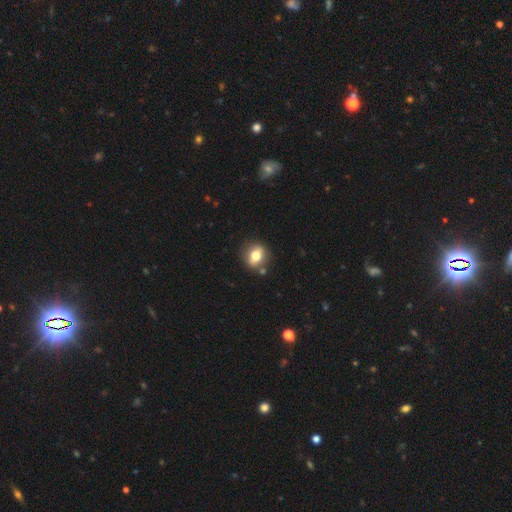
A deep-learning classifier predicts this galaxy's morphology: A smooth galaxy with no disk features (68%) that is round (57%).

Vote fractions:
- Smooth or featured? smooth: 68% / featured or disk: 23% / star or artifact: 9%
- How rounded? round: 57% / in between: 41% / cigar-shaped: 2%
- Merging? none: 80% / minor disturbance: 12% / merger: 5% / major disturbance: 3%